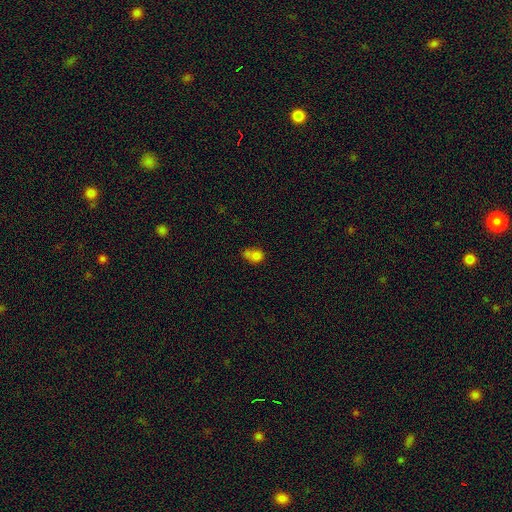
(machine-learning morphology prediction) Smooth or featured: smooth — 76% (star or artifact — 13%)
How rounded: round — 54% (in between — 45%)
Merging: merger — 39% (none — 31%)